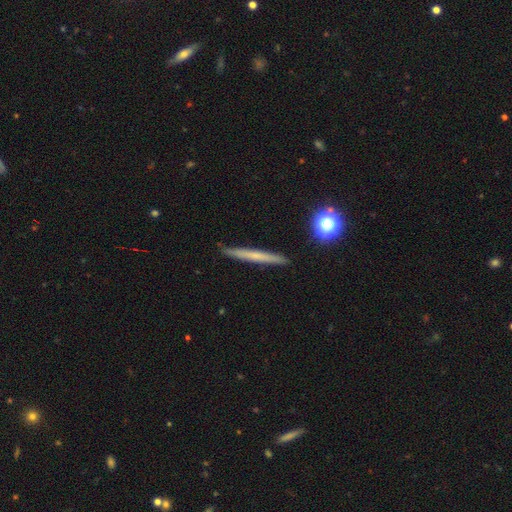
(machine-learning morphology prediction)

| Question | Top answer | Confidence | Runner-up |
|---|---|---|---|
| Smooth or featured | smooth | 49% | featured or disk (42%) |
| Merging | none | 91% | minor disturbance (7%) |